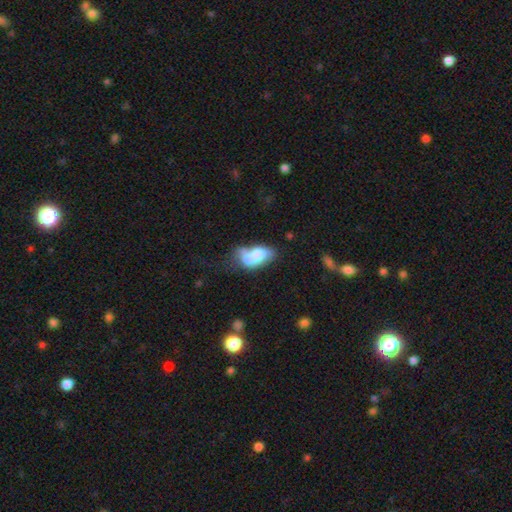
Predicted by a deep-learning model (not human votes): Smooth or featured? smooth (62%)
How rounded? in between (89%)
Merging? merger (39%)